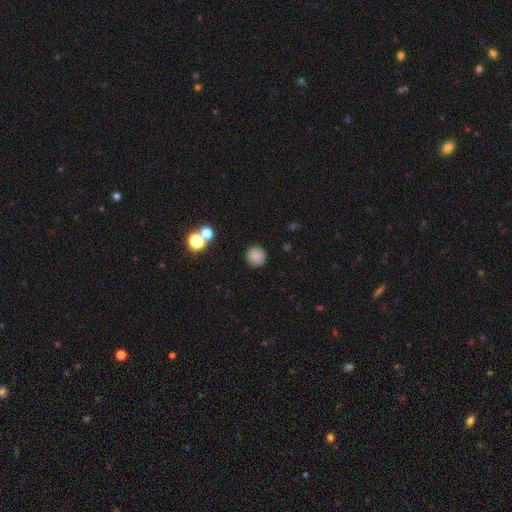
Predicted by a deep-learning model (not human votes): smooth 82%, star or artifact 11%, featured or disk 6%. Down the decision tree: how rounded — round (95%); merging — none (88%).